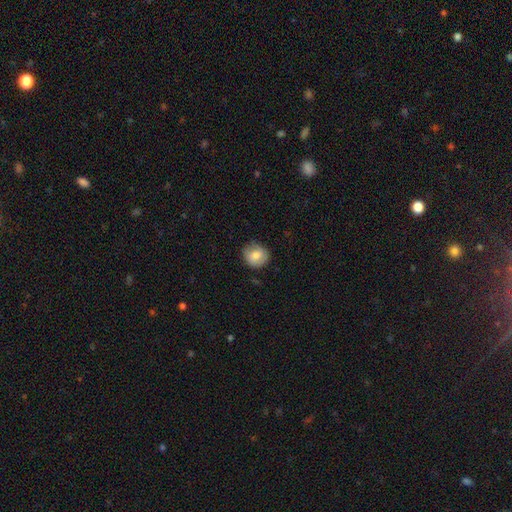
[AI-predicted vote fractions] The model was most divided on "merging": none: 79%, minor disturbance: 16%, major disturbance: 3%, merger: 1%. More confident: how rounded — round (86%); smooth or featured — smooth (80%).